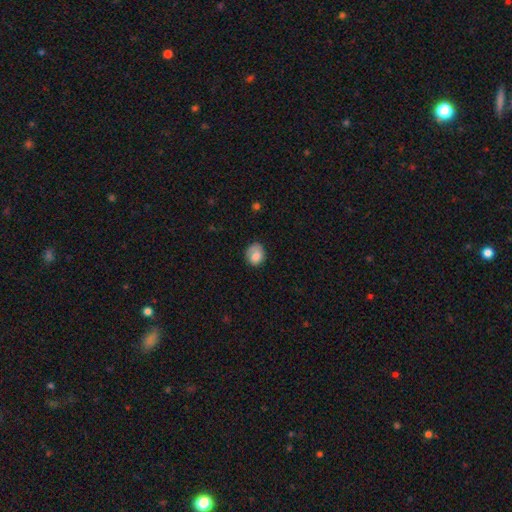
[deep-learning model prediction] smooth_or_featured: smooth (p=0.76) [alt: featured or disk p=0.17]
how_rounded: round (p=0.58) [alt: in between p=0.41]
merging: none (p=0.60) [alt: minor disturbance p=0.27]